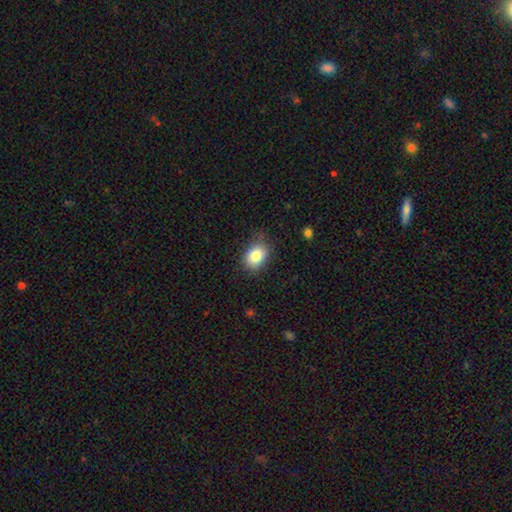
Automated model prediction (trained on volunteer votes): Overall: smooth (82%). How rounded: in between (70%). Merging: none (79%).